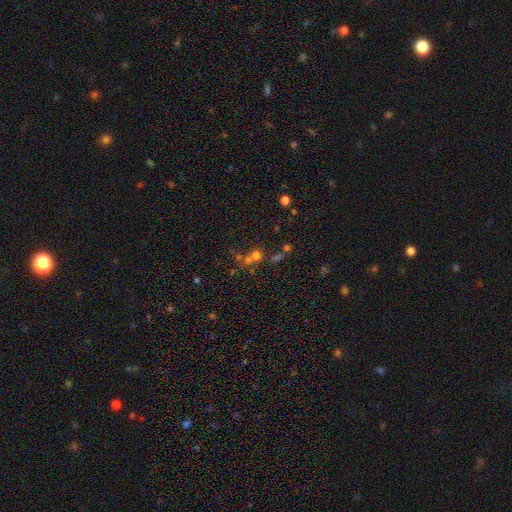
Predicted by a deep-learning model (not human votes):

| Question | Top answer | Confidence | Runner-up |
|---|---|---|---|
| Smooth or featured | star or artifact | 43% | smooth (41%) |